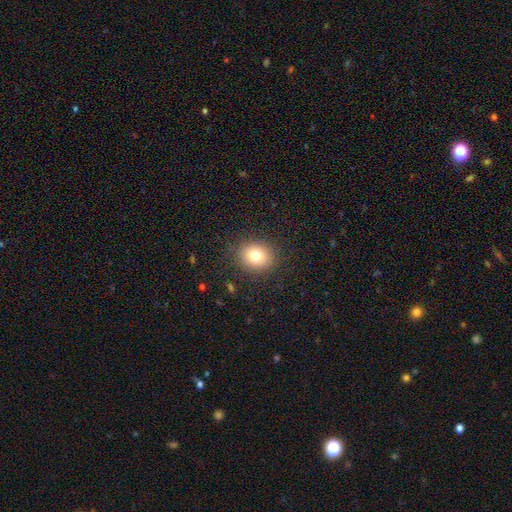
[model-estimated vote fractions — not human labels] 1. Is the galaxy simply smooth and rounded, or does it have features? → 78% smooth, 12% star or artifact, 10% featured or disk.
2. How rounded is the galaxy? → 68% round, 31% in between, 1% cigar-shaped.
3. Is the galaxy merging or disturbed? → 88% none, 8% minor disturbance, 3% major disturbance, 1% merger.